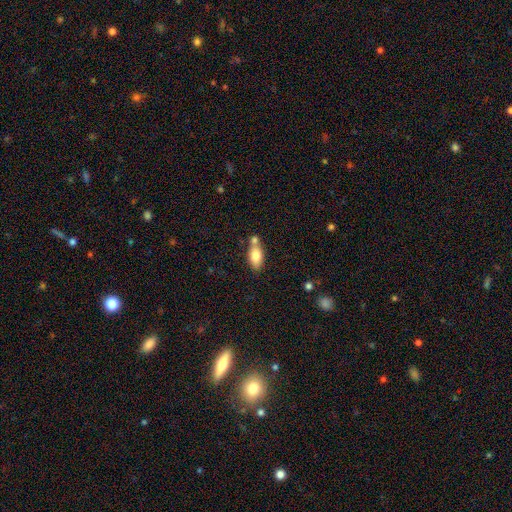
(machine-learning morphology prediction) Q: Smooth or featured?
A: smooth (76%); runner-up: featured or disk (16%)
Q: How rounded?
A: in between (87%); runner-up: cigar-shaped (8%)
Q: Merging?
A: none (54%); runner-up: merger (28%)